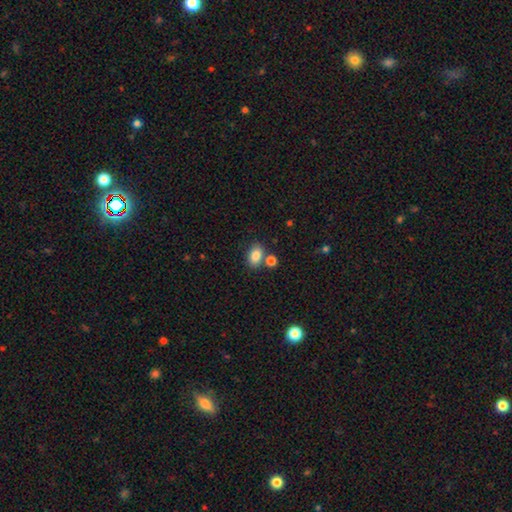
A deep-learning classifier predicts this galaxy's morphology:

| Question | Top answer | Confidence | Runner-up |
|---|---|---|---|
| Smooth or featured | smooth | 85% | star or artifact (9%) |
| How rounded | in between | 81% | round (18%) |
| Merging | none | 68% | merger (18%) |